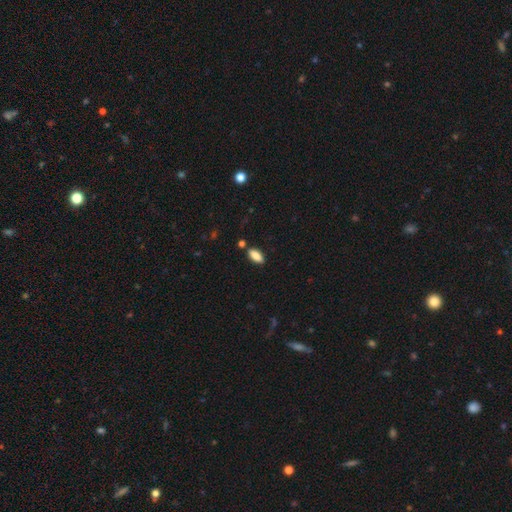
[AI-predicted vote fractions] Q: Smooth or featured?
A: smooth (87%); runner-up: star or artifact (7%)
Q: How rounded?
A: in between (84%); runner-up: cigar-shaped (14%)
Q: Merging?
A: none (83%); runner-up: minor disturbance (11%)